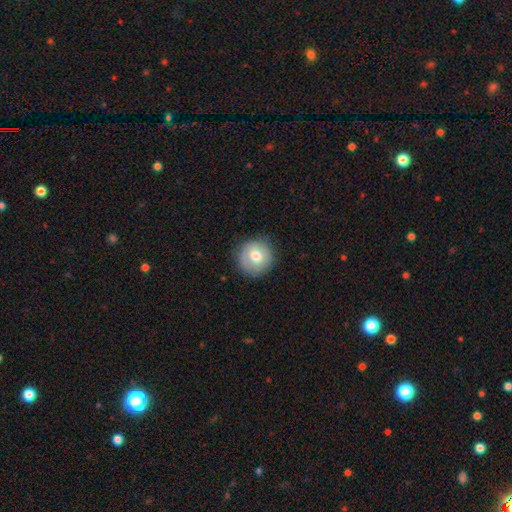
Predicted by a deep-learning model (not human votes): A smooth galaxy with no disk features (69%) that is round (93%).

Vote fractions:
- Smooth or featured? smooth: 69% / featured or disk: 24% / star or artifact: 8%
- How rounded? round: 93% / in between: 6% / cigar-shaped: 1%
- Merging? none: 84% / minor disturbance: 12% / major disturbance: 3% / merger: 1%